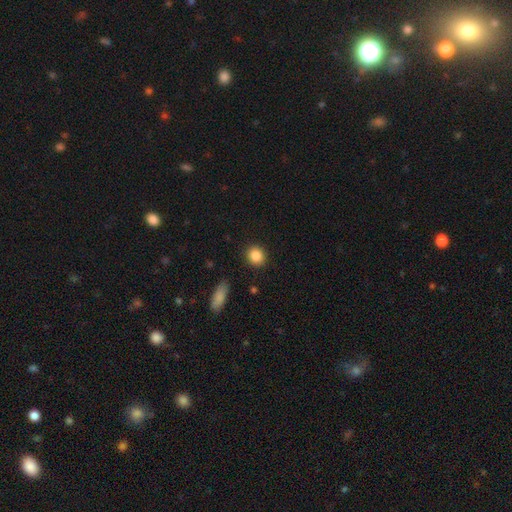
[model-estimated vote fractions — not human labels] Smooth or featured? smooth (86%)
How rounded? round (82%)
Merging? none (90%)